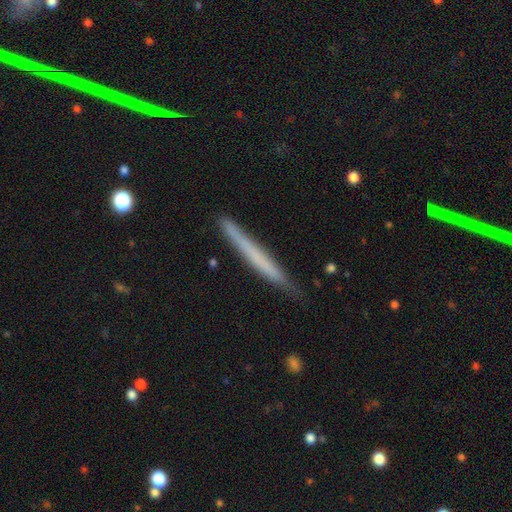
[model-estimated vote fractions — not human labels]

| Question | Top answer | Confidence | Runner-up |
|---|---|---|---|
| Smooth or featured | smooth | 53% | featured or disk (39%) |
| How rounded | cigar-shaped | 97% | in between (2%) |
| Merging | none | 84% | minor disturbance (13%) |